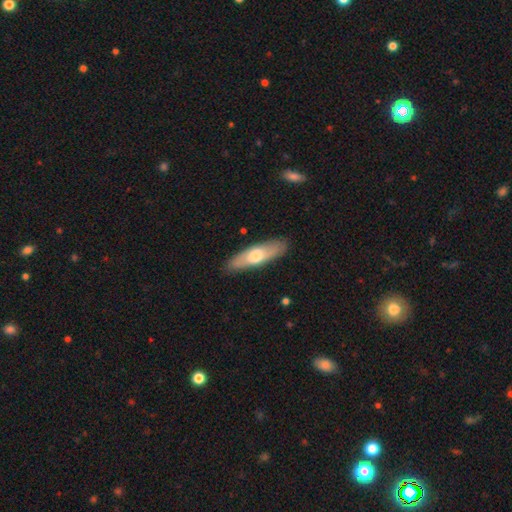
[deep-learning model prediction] A smooth galaxy with no disk features (58%) that is cigar-shaped (59%).

Vote fractions:
- Smooth or featured? smooth: 58% / featured or disk: 37% / star or artifact: 5%
- How rounded? cigar-shaped: 59% / in between: 39% / round: 2%
- Merging? none: 87% / minor disturbance: 10% / major disturbance: 2% / merger: 1%